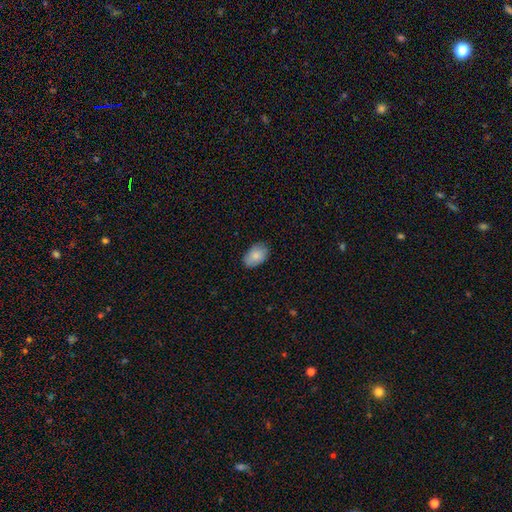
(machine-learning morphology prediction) Smooth or featured: smooth — 84% (featured or disk — 10%)
How rounded: in between — 88% (round — 11%)
Merging: none — 82% (minor disturbance — 15%)